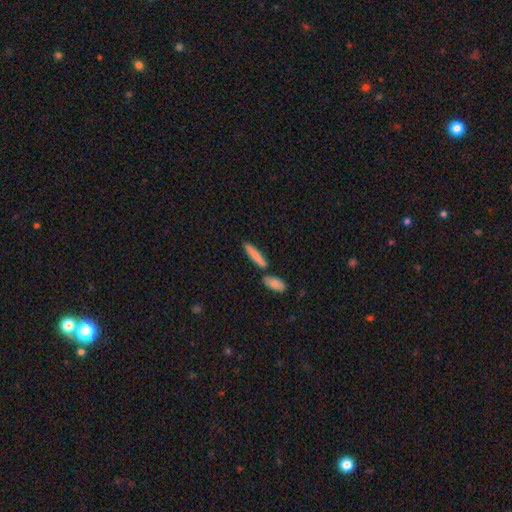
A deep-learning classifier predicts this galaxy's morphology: Overall: smooth (80%). How rounded: cigar-shaped (83%). Merging: none (71%).